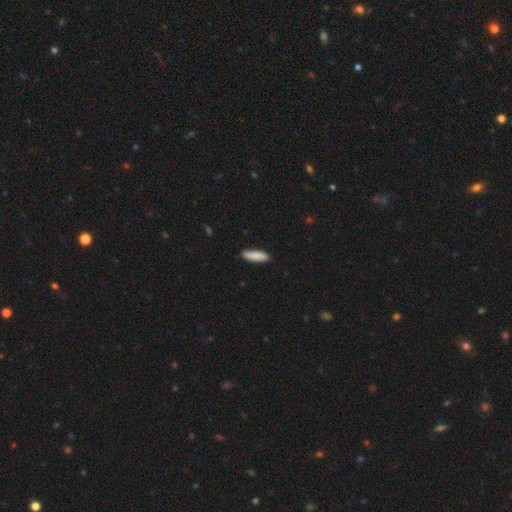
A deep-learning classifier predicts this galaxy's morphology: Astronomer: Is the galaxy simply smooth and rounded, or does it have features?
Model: smooth — 88%.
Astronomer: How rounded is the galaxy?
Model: cigar-shaped — 57% (runner-up: in between, 41%).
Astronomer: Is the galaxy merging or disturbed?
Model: none — 88%.